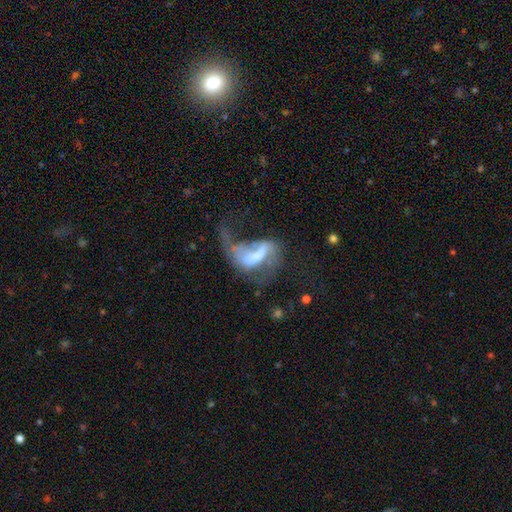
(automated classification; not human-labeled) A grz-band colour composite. It shows a featured or disk galaxy (68%) with a strong bar (34%), spiral arms (65%) and no central bulge (35%). Merging: major disturbance (57%).